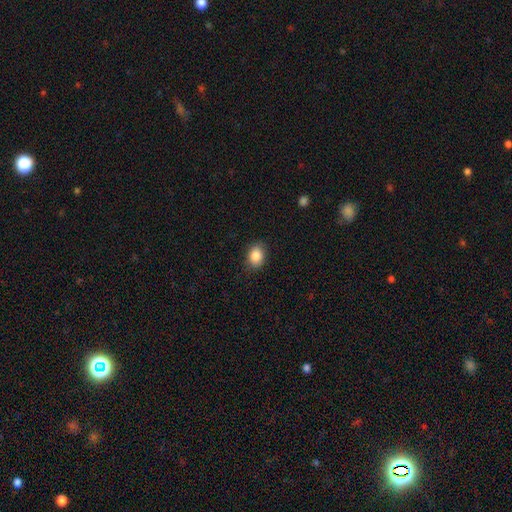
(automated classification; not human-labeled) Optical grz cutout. It shows a smooth galaxy with no disk features (87%) that is in between round and cigar-shaped (66%). Merging: none (86%).